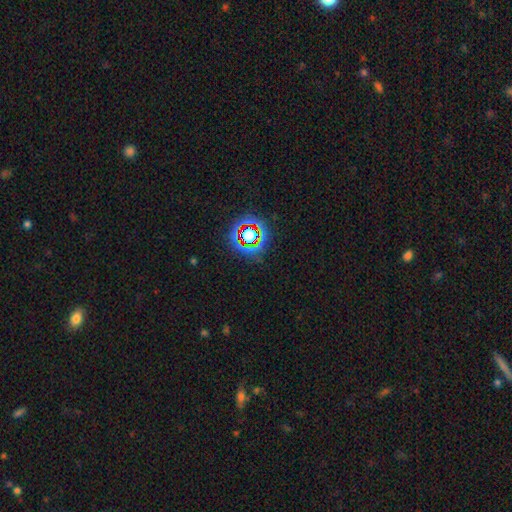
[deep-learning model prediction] Smooth or featured? star or artifact (69%)